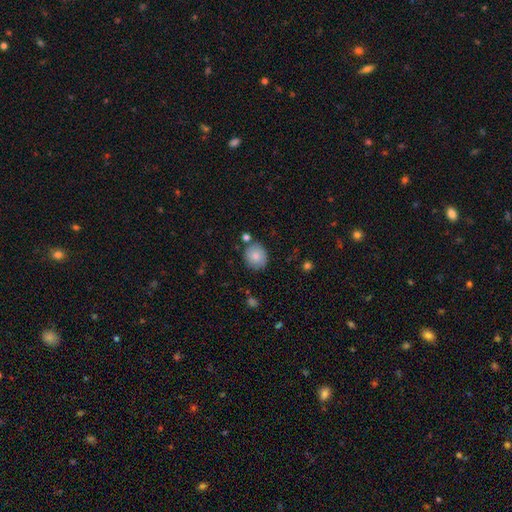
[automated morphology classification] The model was most divided on "merging": none: 78%, minor disturbance: 13%, merger: 6%, major disturbance: 3%. More confident: how rounded — round (84%); smooth or featured — smooth (79%).